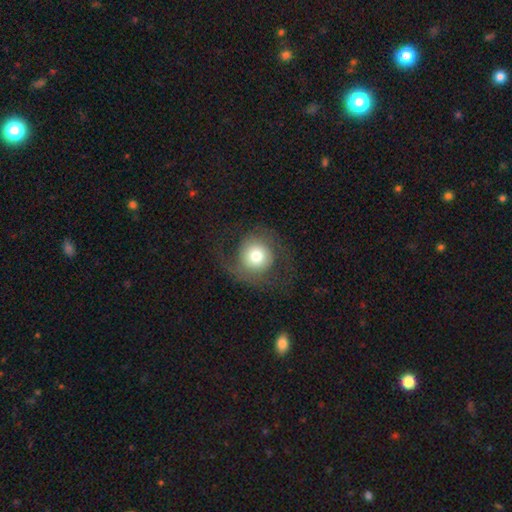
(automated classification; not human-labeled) Smooth or featured: smooth — 49% (featured or disk — 43%)
Merging: none — 61% (major disturbance — 22%)